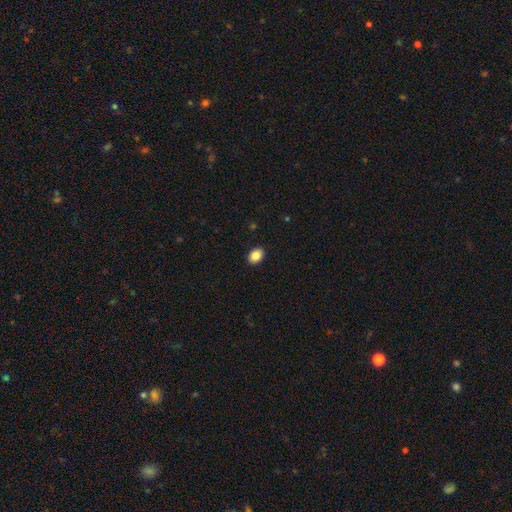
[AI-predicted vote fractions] Smooth or featured? smooth (87%)
How rounded? in between (73%)
Merging? none (91%)